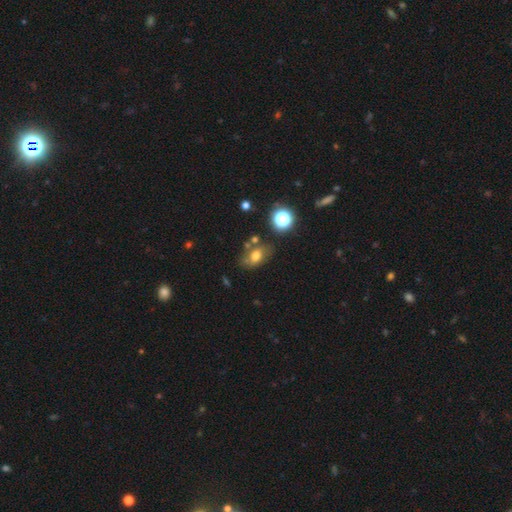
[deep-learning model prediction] Smooth or featured?
  - smooth: 66% *
  - featured or disk: 19%
  - star or artifact: 14%
How rounded?
  - in between: 77% *
  - round: 21%
  - cigar-shaped: 2%
Merging?
  - none: 61% *
  - minor disturbance: 20%
  - merger: 12%
  - major disturbance: 7%